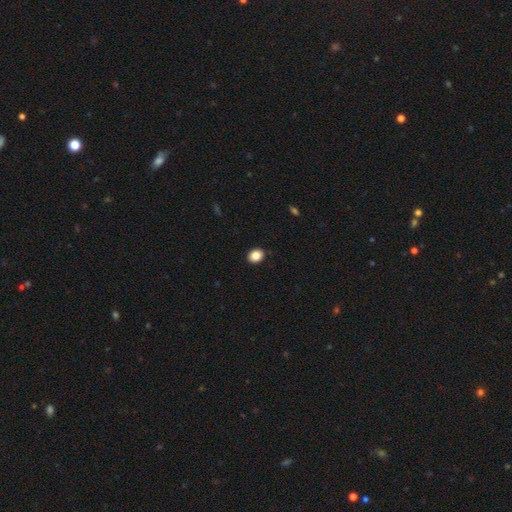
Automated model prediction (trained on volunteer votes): A smooth galaxy with no disk features (86%) that is round (53%). Merging: none (90%).